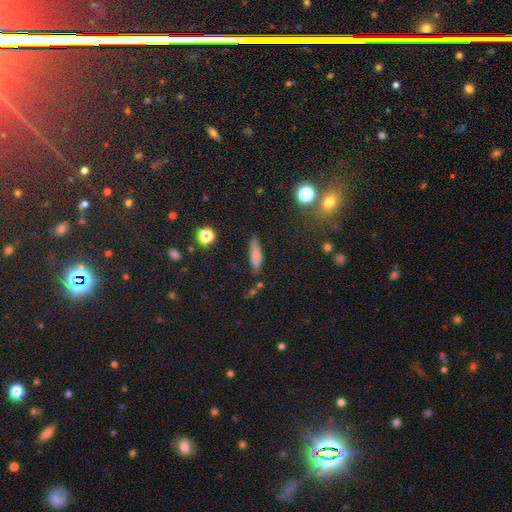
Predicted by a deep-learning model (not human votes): A smooth galaxy with no disk features (73%) that is cigar-shaped (60%).

Vote fractions:
- Smooth or featured? smooth: 73% / featured or disk: 15% / star or artifact: 12%
- How rounded? cigar-shaped: 60% / in between: 37% / round: 3%
- Merging? none: 74% / minor disturbance: 18% / major disturbance: 5% / merger: 4%